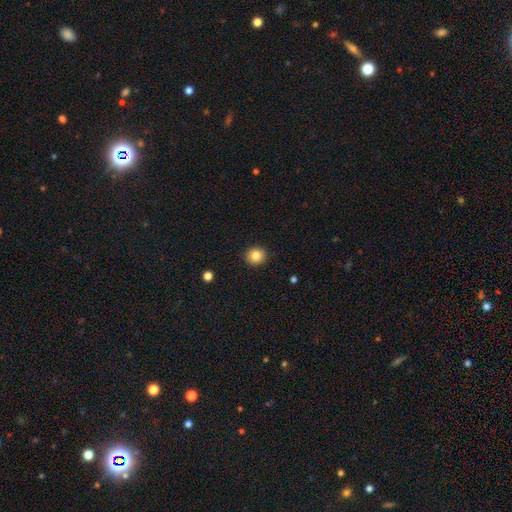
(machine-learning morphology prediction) A smooth galaxy with no disk features (83%) that is round (85%).

Vote fractions:
- Smooth or featured? smooth: 83% / star or artifact: 10% / featured or disk: 7%
- How rounded? round: 85% / in between: 14% / cigar-shaped: 1%
- Merging? none: 92% / minor disturbance: 6% / major disturbance: 2% / merger: 1%